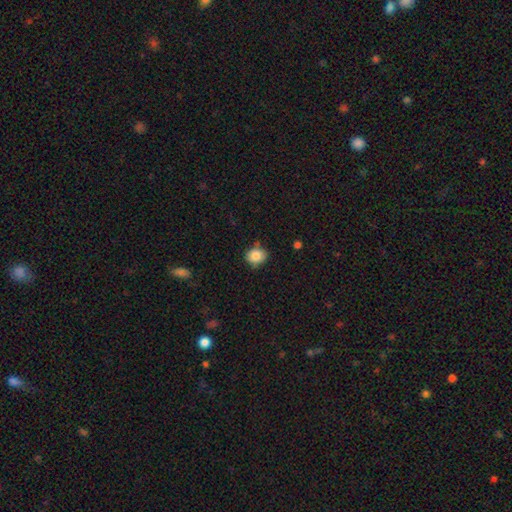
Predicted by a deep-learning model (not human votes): This is clearly a smooth galaxy (84%). How rounded: likely round (70%). Merging: likely none (74%).